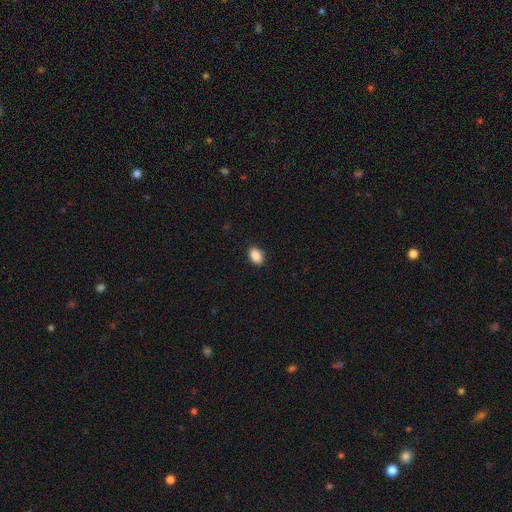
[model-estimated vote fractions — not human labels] Smooth or featured? smooth (89%)
How rounded? in between (84%)
Merging? none (88%)